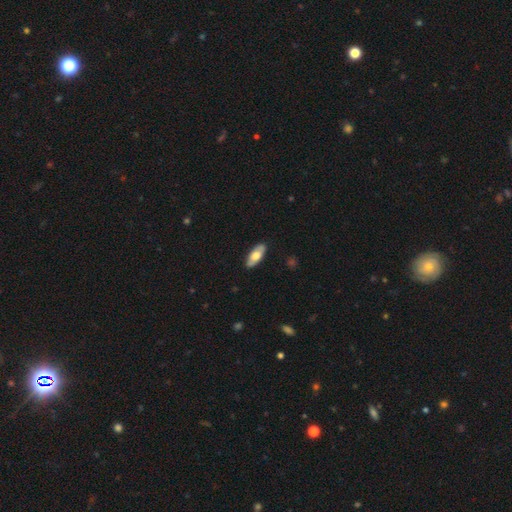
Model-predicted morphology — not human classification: This is likely a smooth galaxy (64%). How rounded: clearly in between (81%). Merging: clearly none (87%).